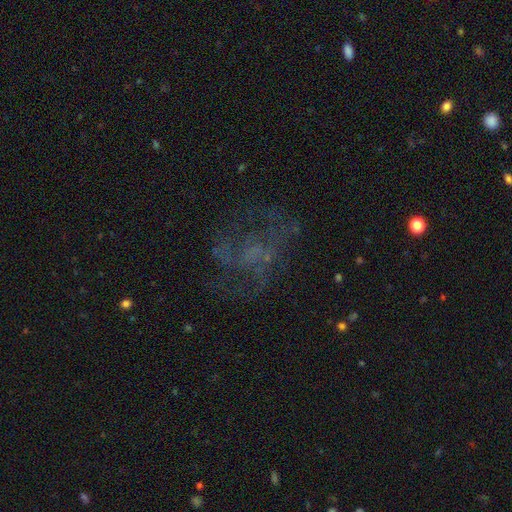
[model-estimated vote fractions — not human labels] A featured or disk galaxy (52%) with no bar (79%), no spiral arms (55%) and no central bulge (68%). Merging: none (54%).